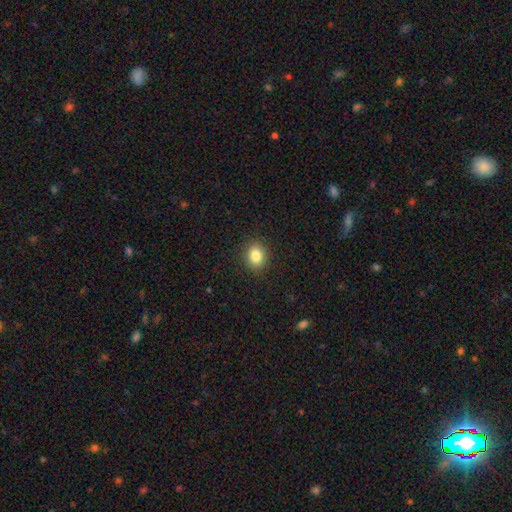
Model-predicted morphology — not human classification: smooth-or-featured: smooth: 84% | star or artifact: 10% | featured or disk: 6%
  how-rounded: round: 54% | in between: 45% | cigar-shaped: 1%
  merging: none: 90% | minor disturbance: 7% | major disturbance: 2% | merger: 1%